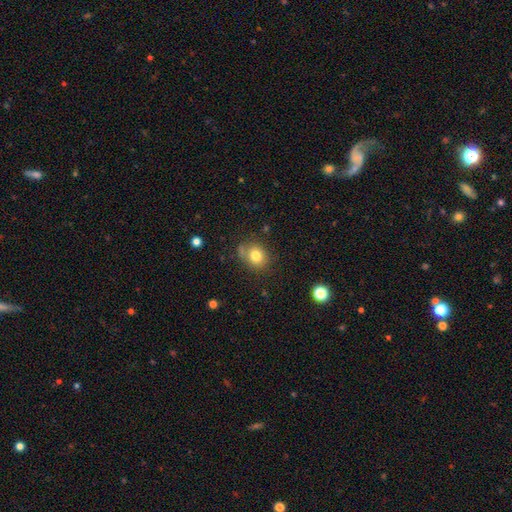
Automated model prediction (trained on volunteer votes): The model was most divided on "how rounded": round: 64%, in between: 35%, cigar-shaped: 1%. More confident: smooth or featured — smooth (78%); merging — none (68%).